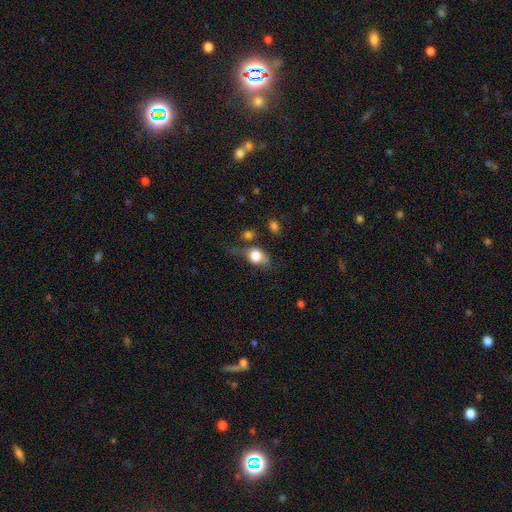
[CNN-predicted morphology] type=smooth (77%); roundness=in between (65%); merging=none (38%).